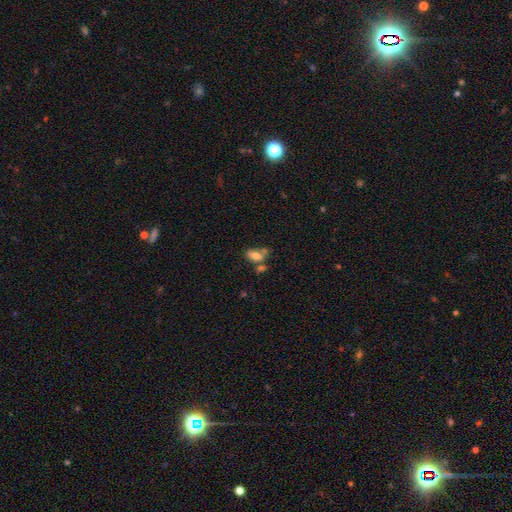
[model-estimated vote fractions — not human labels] Smooth or featured? smooth (69%)
How rounded? in between (87%)
Merging? none (38%)